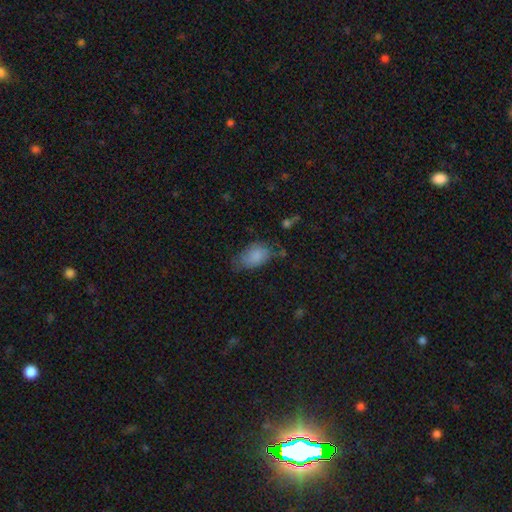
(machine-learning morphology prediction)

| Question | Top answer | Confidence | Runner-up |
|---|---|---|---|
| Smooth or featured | smooth | 84% | featured or disk (8%) |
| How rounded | in between | 89% | round (10%) |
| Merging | none | 51% | minor disturbance (35%) |